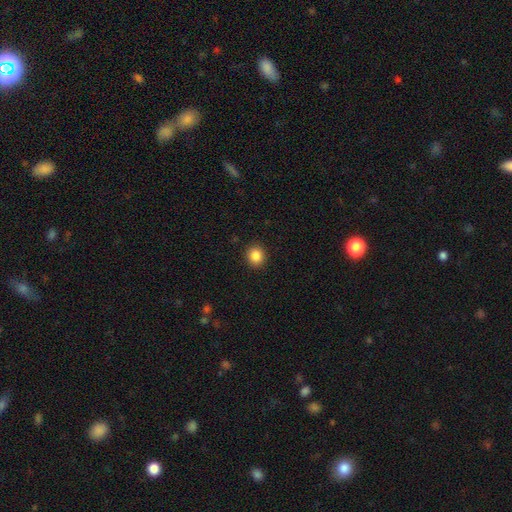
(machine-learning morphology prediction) A smooth galaxy with no disk features (86%) that is round (83%).

Vote fractions:
- Smooth or featured? smooth: 86% / star or artifact: 10% / featured or disk: 4%
- How rounded? round: 83% / in between: 16% / cigar-shaped: 1%
- Merging? none: 91% / minor disturbance: 6% / major disturbance: 2% / merger: 1%